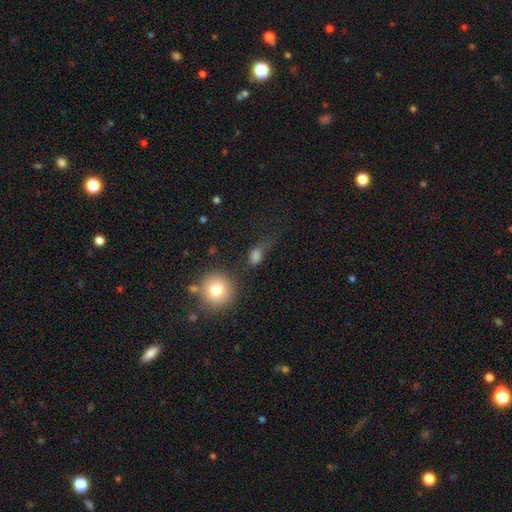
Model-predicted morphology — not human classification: Overall: smooth (72%). How rounded: in between (56%; round 38%). Merging: none (37%; major disturbance 33%).